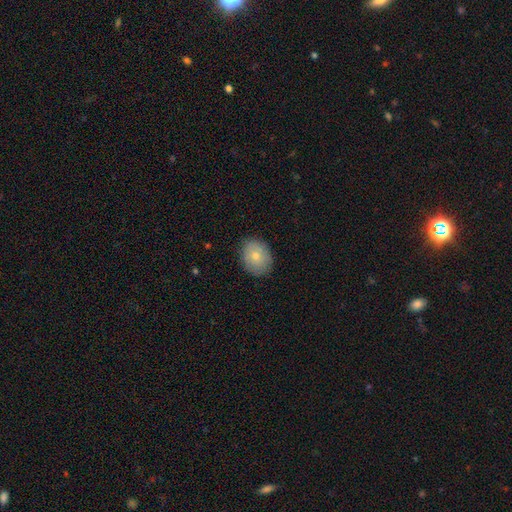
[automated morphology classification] A smooth galaxy with no disk features (77%) that is in between round and cigar-shaped (54%). Merging: none (84%).